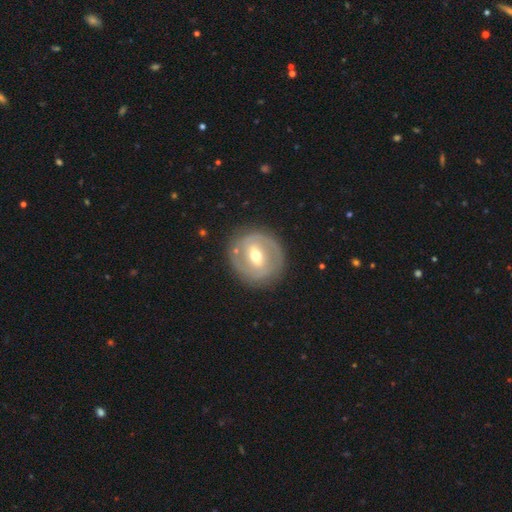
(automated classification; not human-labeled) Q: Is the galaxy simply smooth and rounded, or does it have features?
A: featured or disk — 71%.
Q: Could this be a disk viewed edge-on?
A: no — 96%.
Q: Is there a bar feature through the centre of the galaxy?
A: weak — 45%.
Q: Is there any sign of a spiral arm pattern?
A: yes — 62%.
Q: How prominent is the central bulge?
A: moderate — 68%.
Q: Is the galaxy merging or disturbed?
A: none — 84%.